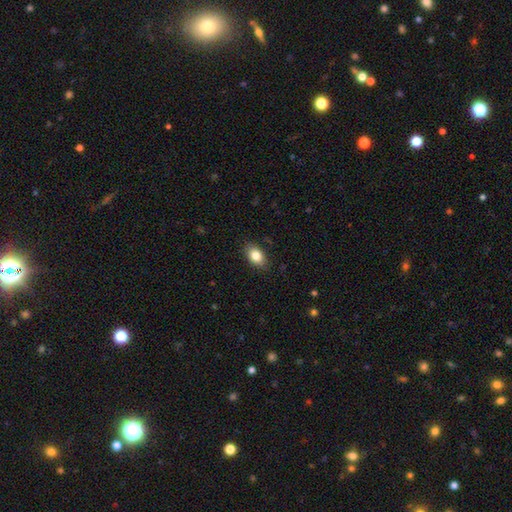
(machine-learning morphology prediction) Smooth or featured? smooth (84%)
How rounded? in between (87%)
Merging? none (86%)